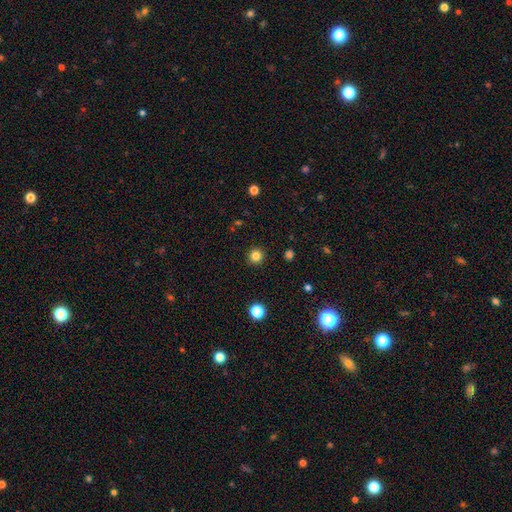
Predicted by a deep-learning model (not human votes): smooth-or-featured: smooth: 83% | star or artifact: 13% | featured or disk: 4%
  how-rounded: round: 95% | in between: 4% | cigar-shaped: 1%
  merging: none: 93% | minor disturbance: 5% | major disturbance: 2% | merger: 1%